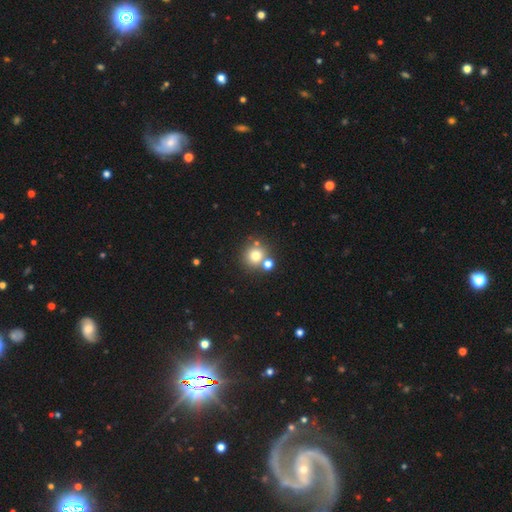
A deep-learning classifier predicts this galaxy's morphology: smooth 75%, star or artifact 15%, featured or disk 11%. Down the decision tree: how rounded — round (91%); merging — none (67%).